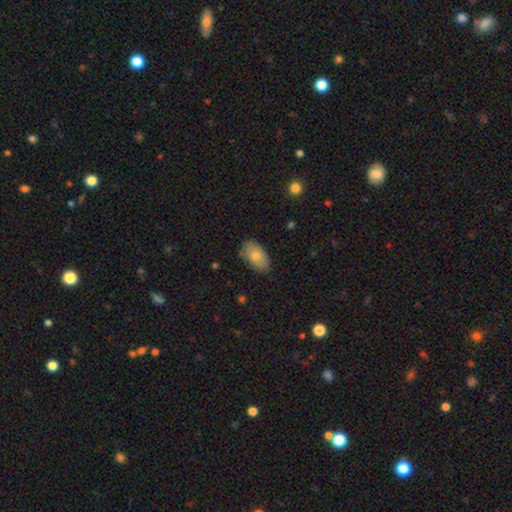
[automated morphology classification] Smooth or featured: smooth — 76% (featured or disk — 16%)
How rounded: in between — 93% (round — 4%)
Merging: none — 79% (minor disturbance — 17%)